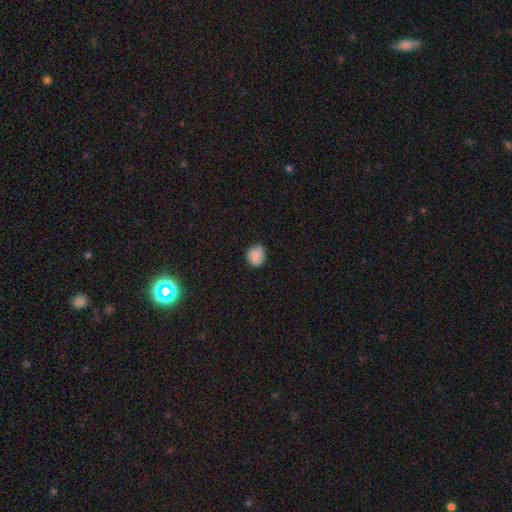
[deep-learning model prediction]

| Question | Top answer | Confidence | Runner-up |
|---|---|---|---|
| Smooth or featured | smooth | 85% | star or artifact (9%) |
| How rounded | round | 74% | in between (25%) |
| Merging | none | 69% | minor disturbance (26%) |